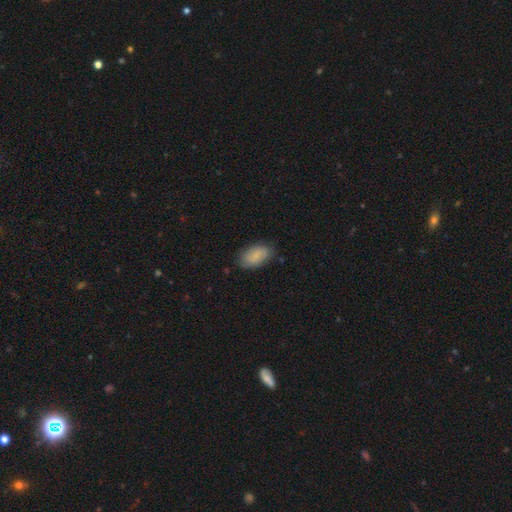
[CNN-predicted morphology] type=smooth (75%); roundness=in between (93%); merging=none (76%).